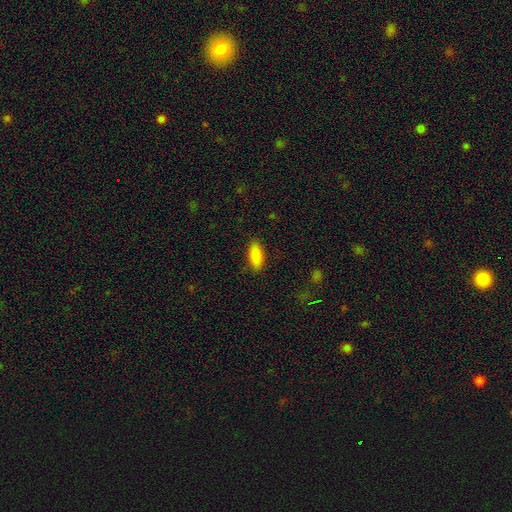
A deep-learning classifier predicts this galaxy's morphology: A smooth galaxy with no disk features (88%) that is in between round and cigar-shaped (77%). Merging: none (88%).